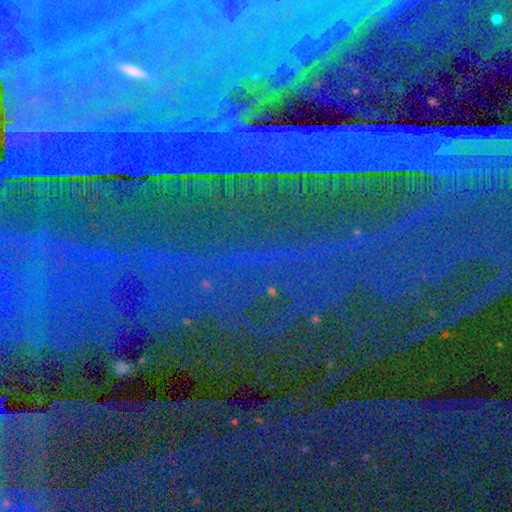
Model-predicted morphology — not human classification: Smooth or featured? star or artifact (85%)